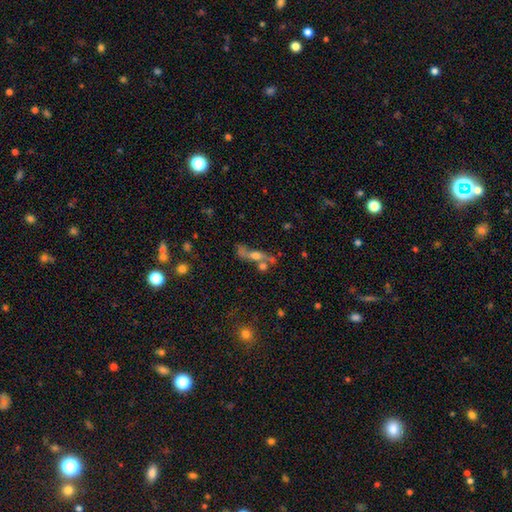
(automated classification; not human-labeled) A featured or disk galaxy (47%).

Vote fractions:
- Smooth or featured? featured or disk: 47% / smooth: 39% / star or artifact: 15%
- Merging? none: 38% / merger: 33% / minor disturbance: 15% / major disturbance: 14%